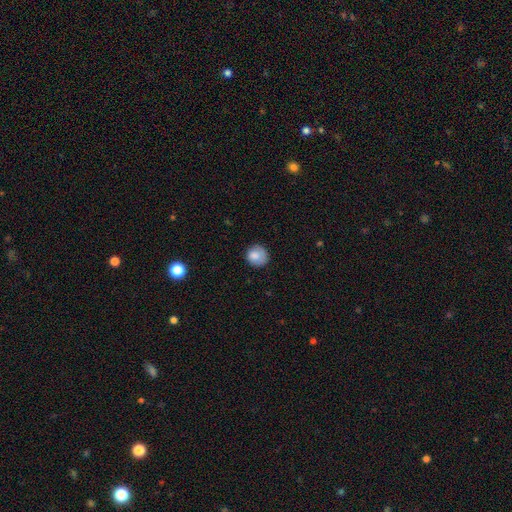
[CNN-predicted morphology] Smooth or featured?
  - smooth: 83% *
  - featured or disk: 9%
  - star or artifact: 9%
How rounded?
  - round: 88% *
  - in between: 11%
  - cigar-shaped: 1%
Merging?
  - none: 76% *
  - minor disturbance: 18%
  - major disturbance: 5%
  - merger: 1%